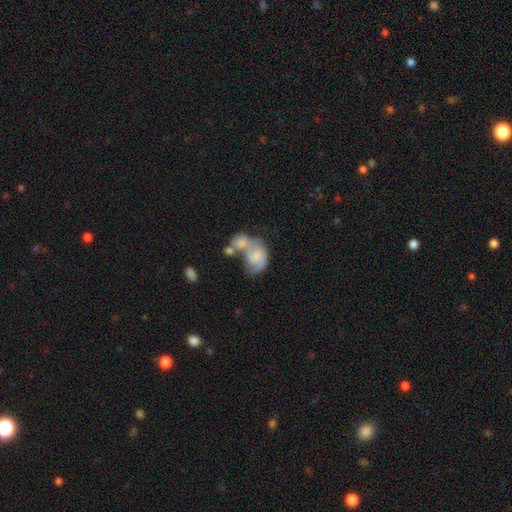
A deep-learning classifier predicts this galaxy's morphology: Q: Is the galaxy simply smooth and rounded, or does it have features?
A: featured or disk — 51%.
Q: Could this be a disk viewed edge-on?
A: no — 97%.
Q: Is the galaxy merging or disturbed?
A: merger — 59%.